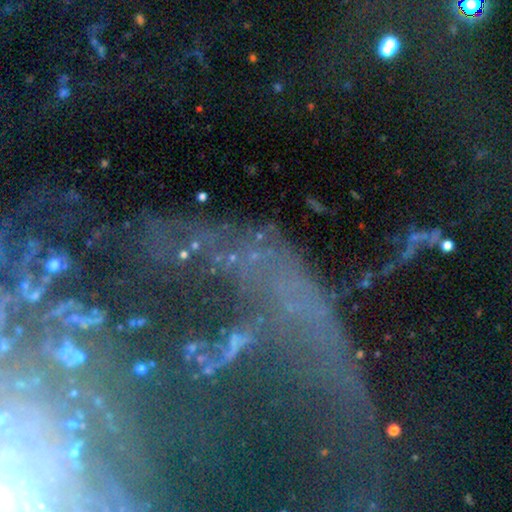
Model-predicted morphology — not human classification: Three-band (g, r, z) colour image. It shows a star or artifact, not a galaxy (48%).